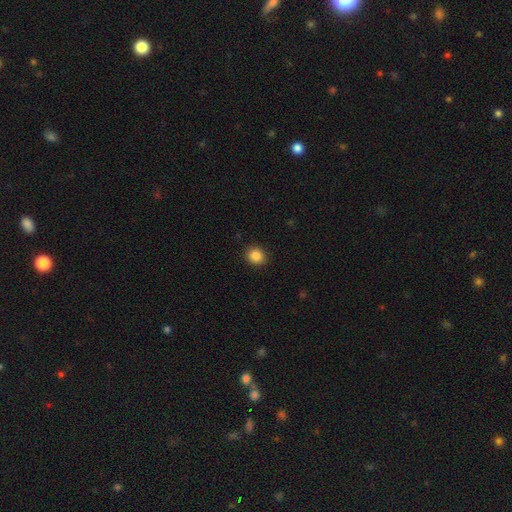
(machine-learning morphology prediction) Overall: smooth (87%). How rounded: round (79%). Merging: none (91%).